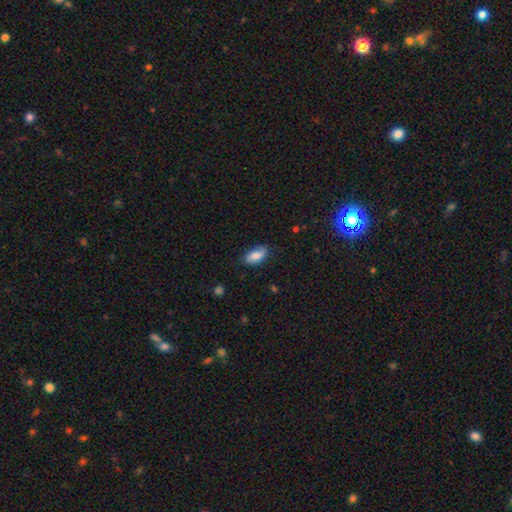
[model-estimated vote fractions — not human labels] Smooth or featured? Predicted: smooth (p=0.75). How rounded? Predicted: in between (p=0.91). Merging? Predicted: none (p=0.73).